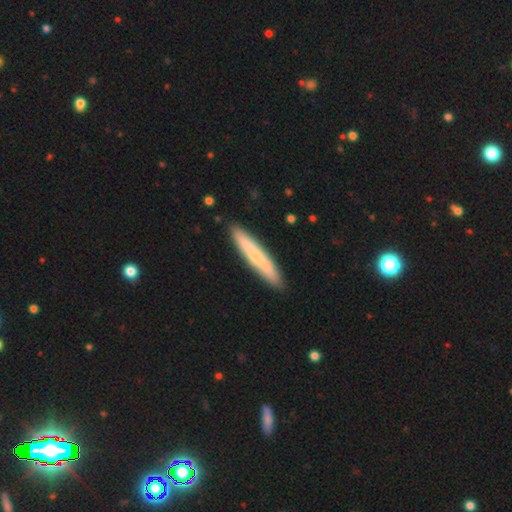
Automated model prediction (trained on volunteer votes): smooth_or_featured: smooth (p=0.63) [alt: featured or disk p=0.31]
how_rounded: cigar-shaped (p=0.94) [alt: in between p=0.05]
merging: none (p=0.90) [alt: minor disturbance p=0.08]